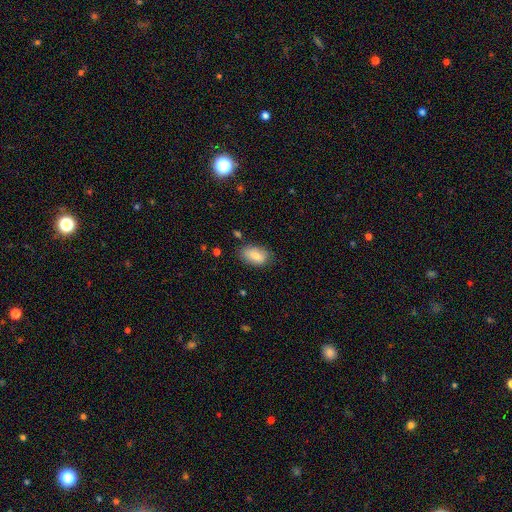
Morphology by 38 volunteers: Smooth or featured? smooth (95%)
How rounded? in between (92%)
Merging? none (82%)